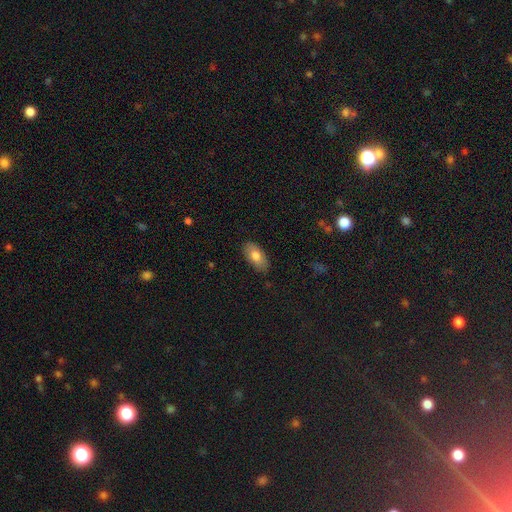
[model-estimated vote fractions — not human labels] This appears to be a smooth galaxy with no disk features (78%) that is in between round and cigar-shaped (92%). Merging: none (85%).